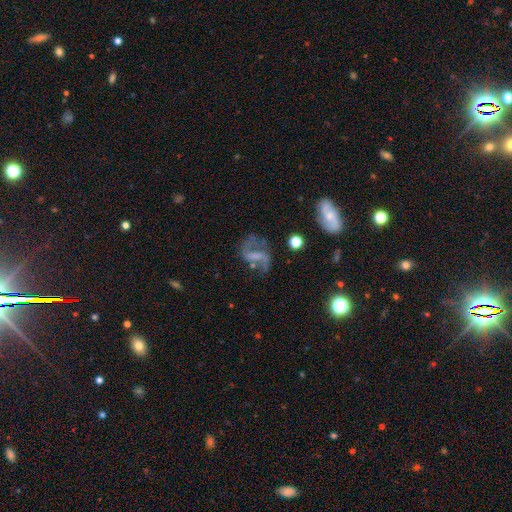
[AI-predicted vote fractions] Overall: featured or disk (75%). Edge-on disk: no (96%). Bar: strong (45%; weak 36%). Spiral arms: yes (85%). Spiral arm count: 2 (87%). Spiral winding: loose (70%). Bulge size: none (56%; small 28%). Merging: none (55%; major disturbance 21%).